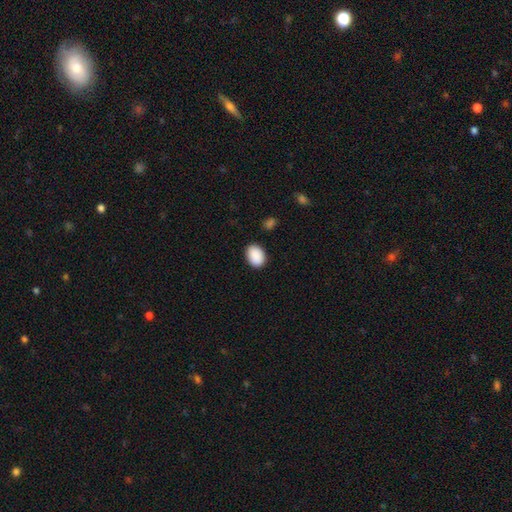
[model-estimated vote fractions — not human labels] Smooth or featured? Predicted: smooth (p=0.91). How rounded? Predicted: in between (p=0.74). Merging? Predicted: none (p=0.88).